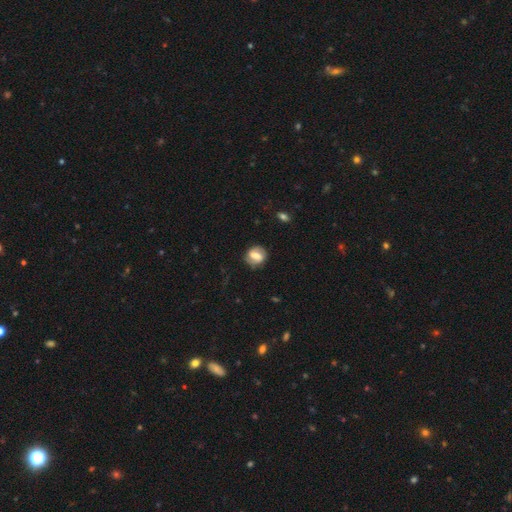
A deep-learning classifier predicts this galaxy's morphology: featured or disk 47%, smooth 45%, star or artifact 8%. Down the decision tree: merging — none (80%).